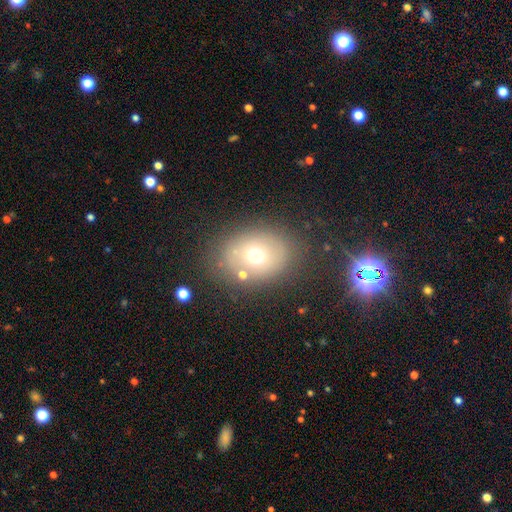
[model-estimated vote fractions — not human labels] A smooth galaxy with no disk features (64%) that is in between round and cigar-shaped (53%). Merging: none (74%).